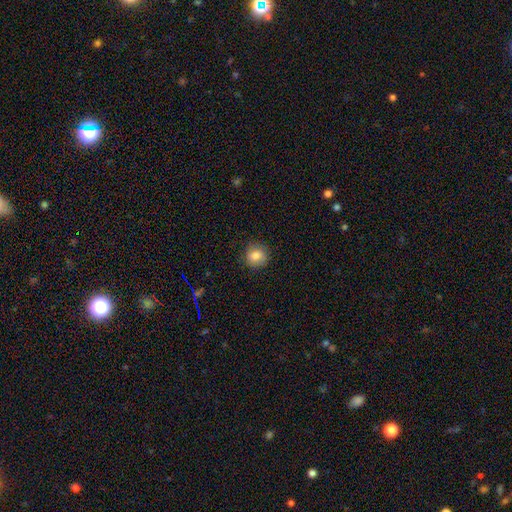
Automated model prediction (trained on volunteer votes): Overall: smooth (84%). How rounded: round (84%). Merging: none (86%).